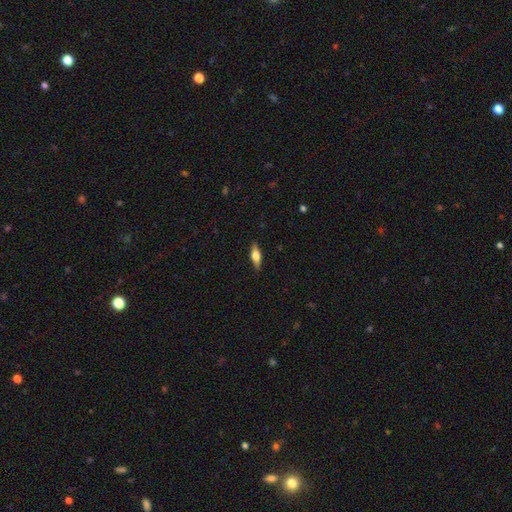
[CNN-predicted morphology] Smooth or featured?
  - smooth: 53% *
  - featured or disk: 41%
  - star or artifact: 7%
How rounded?
  - in between: 54% *
  - cigar-shaped: 43%
  - round: 3%
Merging?
  - none: 87% *
  - minor disturbance: 10%
  - major disturbance: 2%
  - merger: 1%